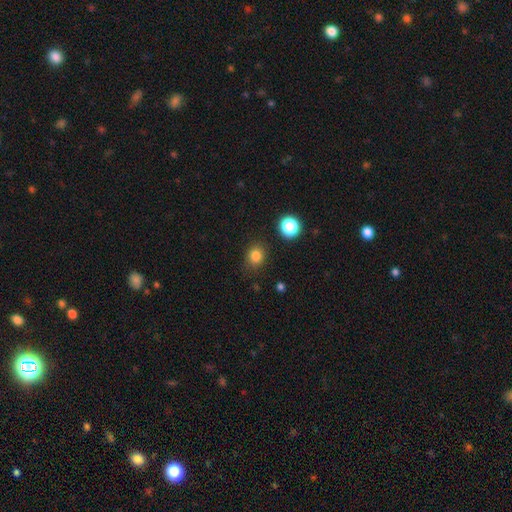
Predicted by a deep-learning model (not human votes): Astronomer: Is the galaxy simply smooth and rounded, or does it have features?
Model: smooth — 82%.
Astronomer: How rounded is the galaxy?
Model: round — 70%.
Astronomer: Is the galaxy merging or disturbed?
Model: none — 83%.